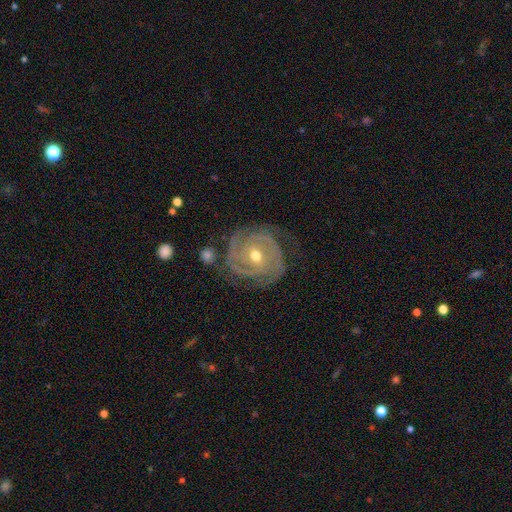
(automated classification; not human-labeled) A featured or disk galaxy (88%) with no bar (55%), 3 (34%) tight (72%) spiral arms (96%) and a moderate central bulge (66%).

Vote fractions:
- Smooth or featured? featured or disk: 88% / smooth: 7% / star or artifact: 5%
- Edge-on disk? no: 97% / yes: 3%
- Bar? no: 55% / weak: 34% / strong: 11%
- Spiral arms? yes: 96% / no: 4%
- Spiral winding? tight: 72% / medium: 23% / loose: 5%
- Spiral arm count? 3: 34% / 2: 26% / can't tell: 20% / 4: 9% / 1: 6% / more than 4: 6%
- Bulge size? moderate: 66% / small: 30% / large: 2% / none: 1% / dominant: 1%
- Merging? none: 70% / minor disturbance: 19% / major disturbance: 8% / merger: 3%